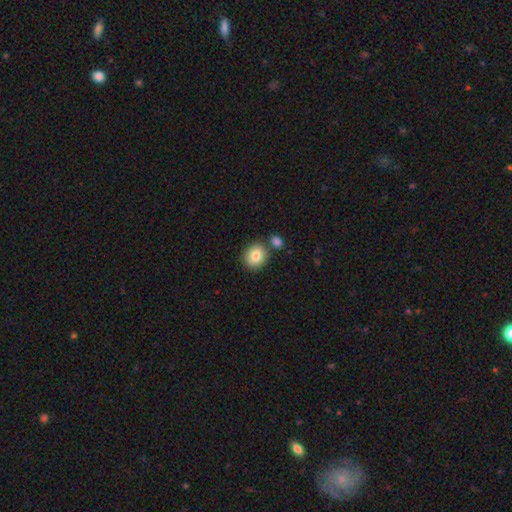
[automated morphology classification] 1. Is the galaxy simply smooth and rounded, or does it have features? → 84% smooth, 8% star or artifact, 8% featured or disk.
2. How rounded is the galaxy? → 72% round, 27% in between, 1% cigar-shaped.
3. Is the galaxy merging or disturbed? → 72% none, 16% merger, 10% minor disturbance, 3% major disturbance.